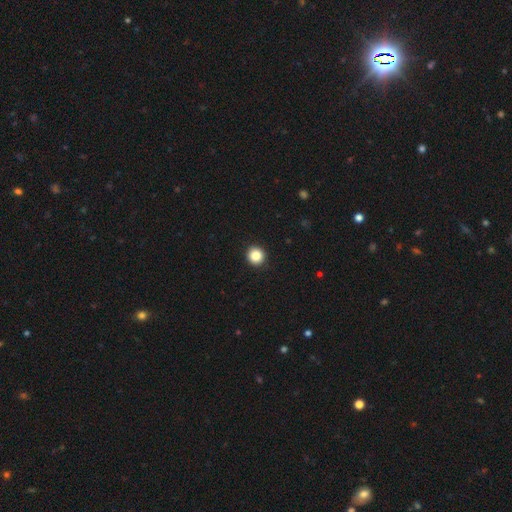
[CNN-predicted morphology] The model was most divided on "smooth or featured": smooth: 86%, star or artifact: 10%, featured or disk: 4%. More confident: how rounded — round (93%); merging — none (93%).